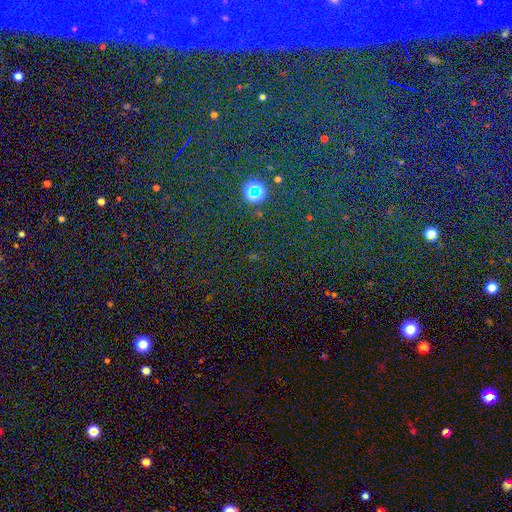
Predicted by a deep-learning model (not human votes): This appears to be a star or artifact, not a galaxy (75%).